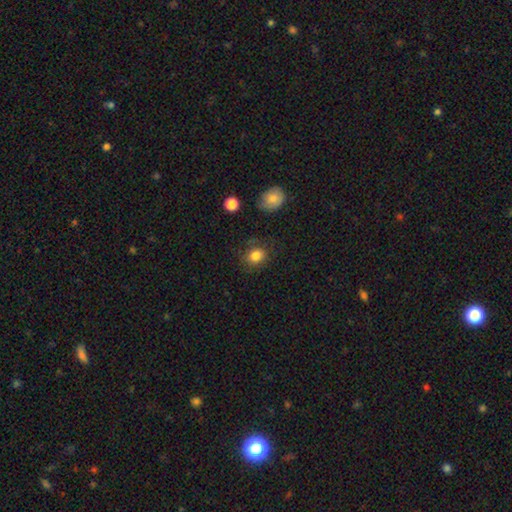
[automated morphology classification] Smooth or featured? smooth (83%)
How rounded? round (58%)
Merging? none (76%)